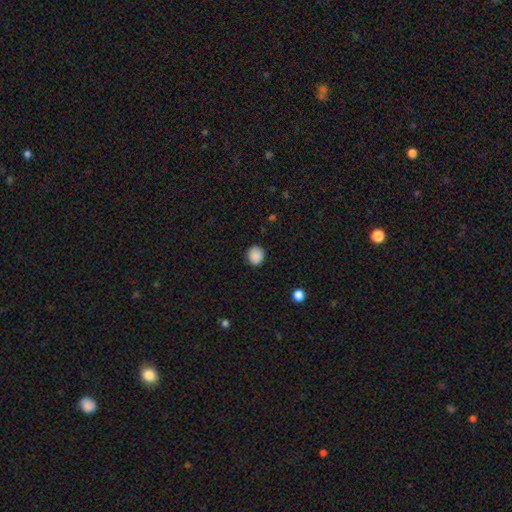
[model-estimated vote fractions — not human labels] A smooth galaxy with no disk features (88%) that is round (81%). Merging: none (88%).